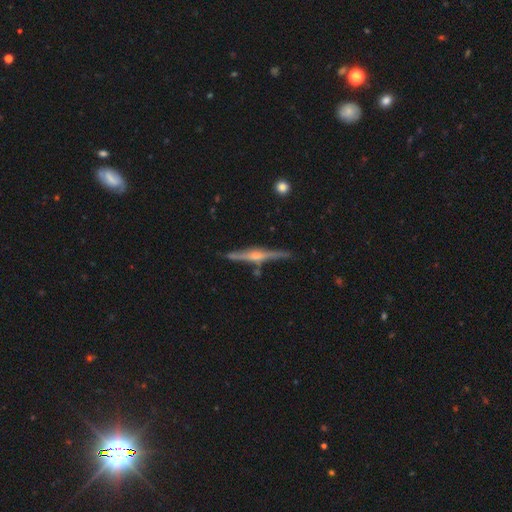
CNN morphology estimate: Smooth or featured?
  - featured or disk: 83% *
  - smooth: 12%
  - star or artifact: 6%
Edge-on disk?
  - yes: 98% *
  - no: 2%
Edge-on bulge?
  - rounded: 83% *
  - boxy: 10%
  - none: 7%
Merging?
  - none: 85% *
  - minor disturbance: 10%
  - merger: 3%
  - major disturbance: 2%